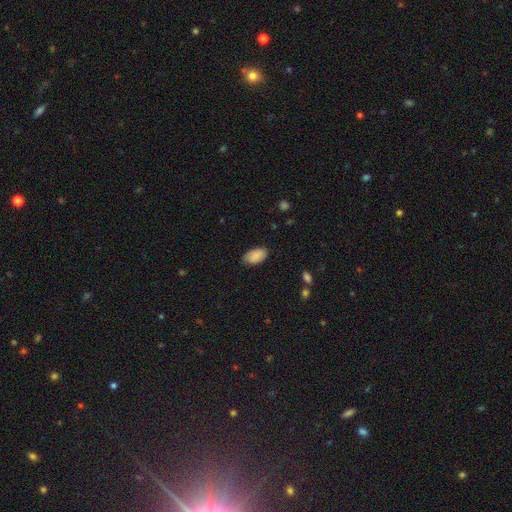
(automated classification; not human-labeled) Smooth or featured: smooth — 88% (star or artifact — 6%)
How rounded: in between — 94% (round — 4%)
Merging: none — 81% (minor disturbance — 16%)